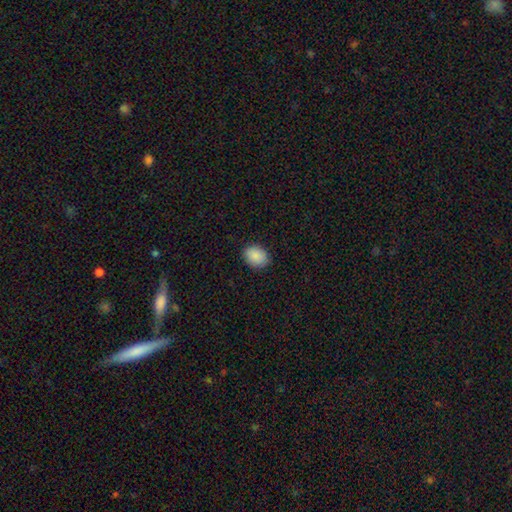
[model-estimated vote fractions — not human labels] This appears to be a smooth galaxy with no disk features (89%) that is in between round and cigar-shaped (60%). Merging: none (87%).